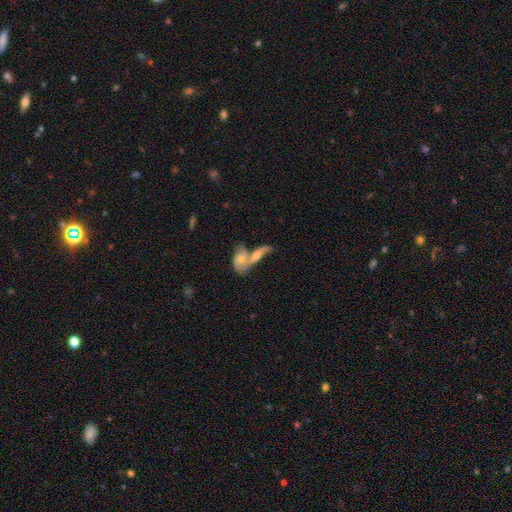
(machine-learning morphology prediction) Smooth or featured? featured or disk (54%)
Edge-on disk? no (81%)
Merging? merger (64%)